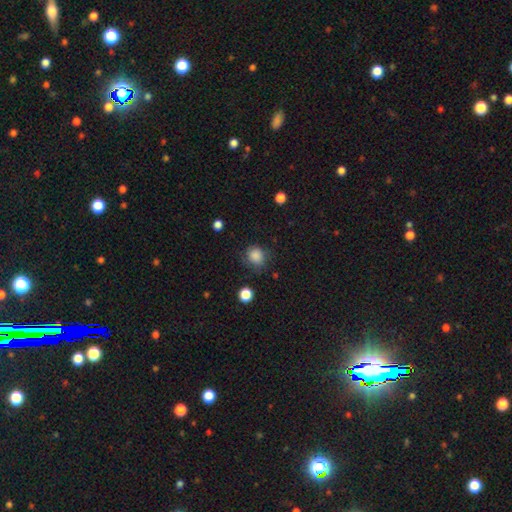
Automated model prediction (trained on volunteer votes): smooth 84%, star or artifact 10%, featured or disk 6%. Down the decision tree: how rounded — round (80%); merging — none (72%).